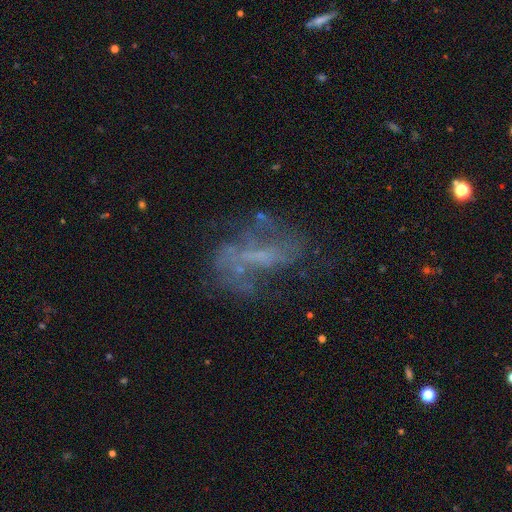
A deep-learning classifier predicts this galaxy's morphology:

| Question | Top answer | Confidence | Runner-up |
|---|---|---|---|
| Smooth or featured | featured or disk | 62% | star or artifact (20%) |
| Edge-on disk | no | 94% | yes (6%) |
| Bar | no | 50% | weak (32%) |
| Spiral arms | no | 50% | tied: yes (50%) |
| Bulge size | none | 60% | small (27%) |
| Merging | none | 46% | major disturbance (29%) |